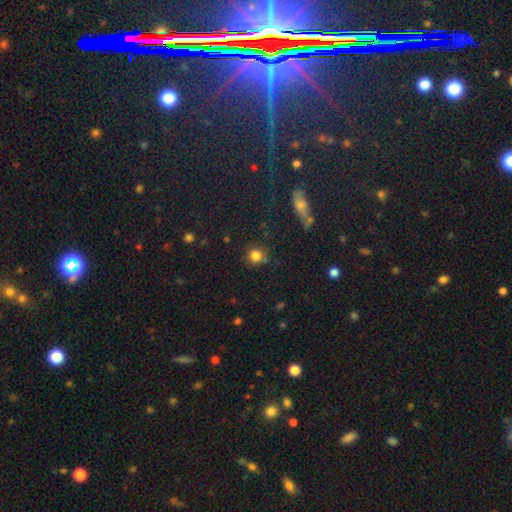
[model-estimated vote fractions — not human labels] The model was most divided on "merging": none: 81%, minor disturbance: 12%, merger: 4%, major disturbance: 3%. More confident: how rounded — round (89%); smooth or featured — smooth (83%).